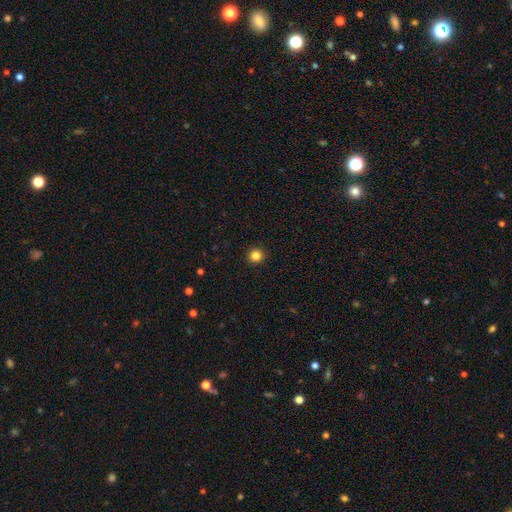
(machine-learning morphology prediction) A smooth galaxy with no disk features (84%) that is round (94%). Merging: none (93%).